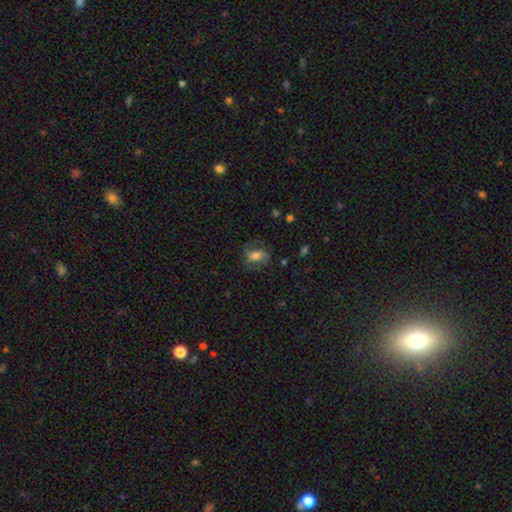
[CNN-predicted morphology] A smooth galaxy with no disk features (53%) that is in between round and cigar-shaped (74%). Merging: none (62%).